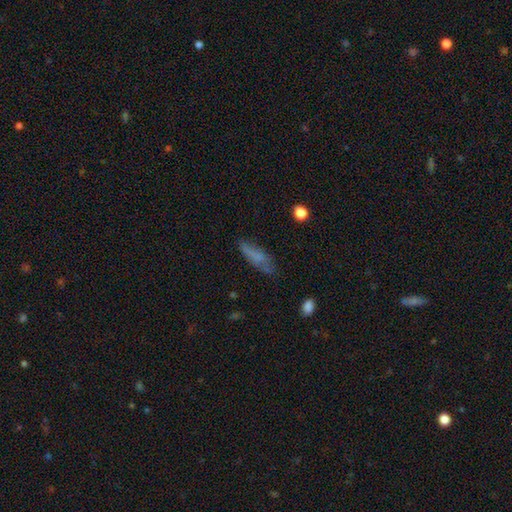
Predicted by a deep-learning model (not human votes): Morphology: type=smooth (65%); roundness=cigar-shaped (57%); merging=none (59%).